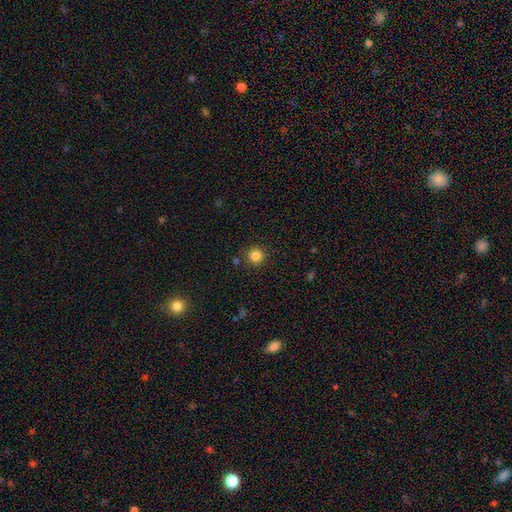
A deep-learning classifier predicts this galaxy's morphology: Smooth or featured?
  - smooth: 83% *
  - star or artifact: 12%
  - featured or disk: 5%
How rounded?
  - round: 94% *
  - in between: 6%
  - cigar-shaped: 1%
Merging?
  - none: 88% *
  - minor disturbance: 7%
  - merger: 3%
  - major disturbance: 2%